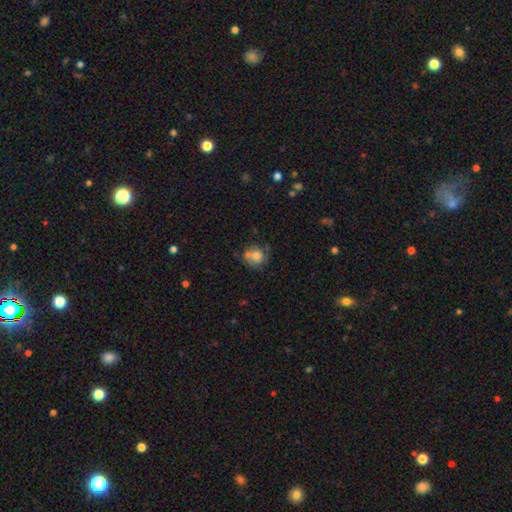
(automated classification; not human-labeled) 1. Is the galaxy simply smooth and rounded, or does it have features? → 66% smooth, 24% featured or disk, 10% star or artifact.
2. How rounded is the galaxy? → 80% round, 19% in between, 1% cigar-shaped.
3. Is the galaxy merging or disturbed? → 52% none, 23% minor disturbance, 15% merger, 10% major disturbance.